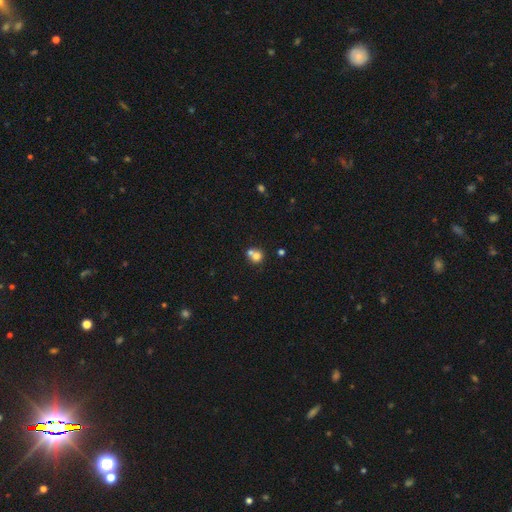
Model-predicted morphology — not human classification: This is likely a smooth galaxy (73%). How rounded: clearly round (84%). Merging: possibly merger (53%).